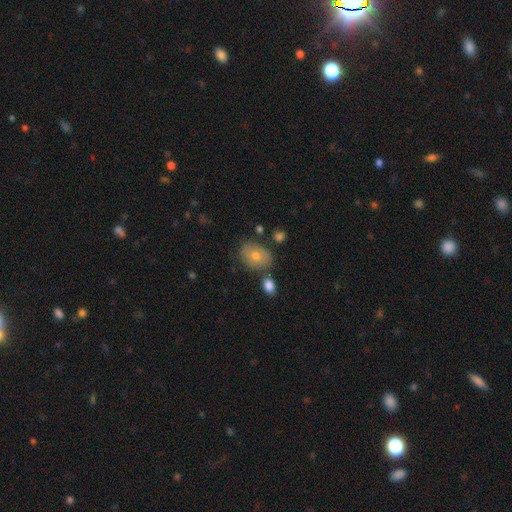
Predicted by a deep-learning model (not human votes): Smooth or featured: smooth — 69% (featured or disk — 24%)
How rounded: in between — 72% (round — 27%)
Merging: none — 66% (minor disturbance — 20%)